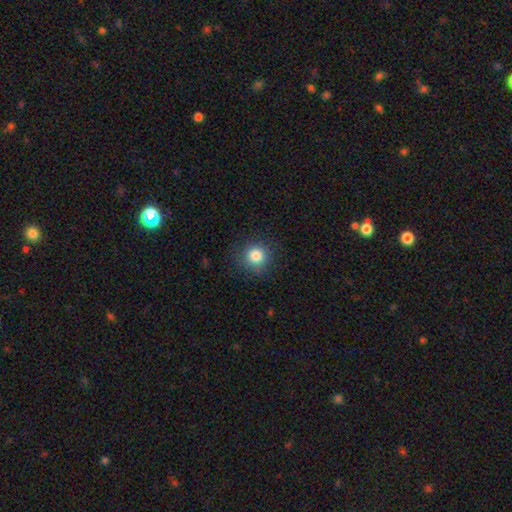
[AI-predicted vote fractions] Smooth or featured: smooth — 83% (star or artifact — 11%)
How rounded: round — 92% (in between — 7%)
Merging: none — 87% (minor disturbance — 9%)